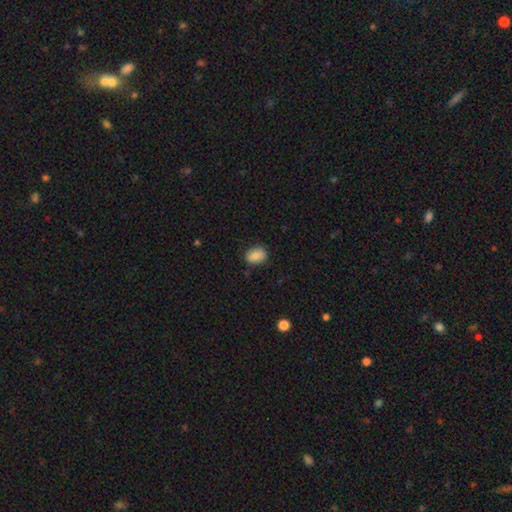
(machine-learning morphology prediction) A smooth galaxy with no disk features (83%) that is in between round and cigar-shaped (67%).

Vote fractions:
- Smooth or featured? smooth: 83% / featured or disk: 8% / star or artifact: 8%
- How rounded? in between: 67% / round: 32% / cigar-shaped: 1%
- Merging? none: 79% / minor disturbance: 17% / major disturbance: 3% / merger: 1%